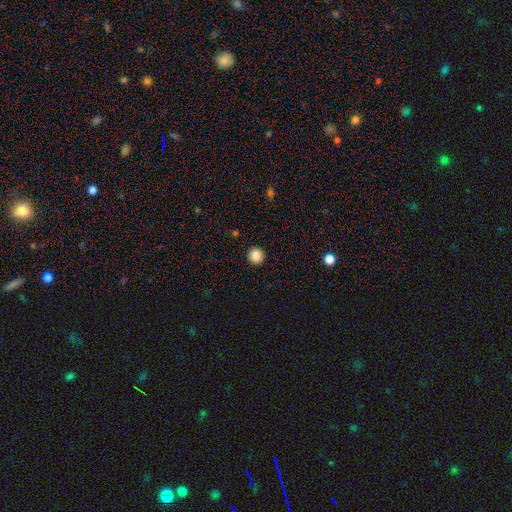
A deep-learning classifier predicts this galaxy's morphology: smooth 87%, star or artifact 10%, featured or disk 3%. Down the decision tree: how rounded — round (94%); merging — none (93%).